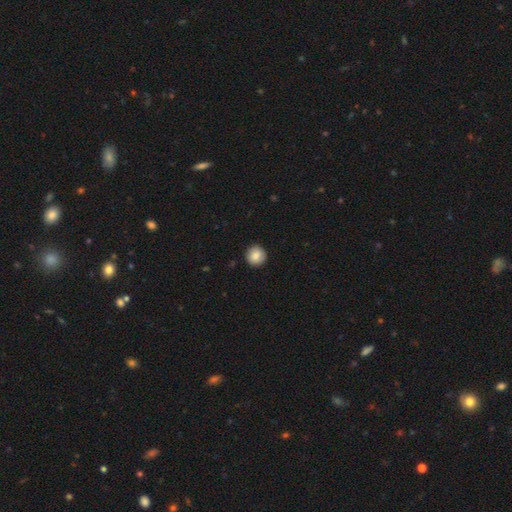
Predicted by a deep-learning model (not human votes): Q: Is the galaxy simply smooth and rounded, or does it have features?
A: smooth — 86%.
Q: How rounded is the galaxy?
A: round — 95%.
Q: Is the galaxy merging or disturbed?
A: none — 92%.